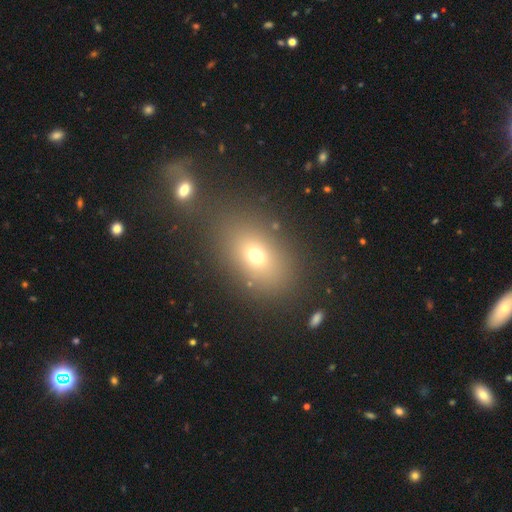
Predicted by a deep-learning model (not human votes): Smooth or featured?
  - smooth: 68% *
  - star or artifact: 17%
  - featured or disk: 15%
How rounded?
  - in between: 74% *
  - round: 24%
  - cigar-shaped: 2%
Merging?
  - none: 72% *
  - merger: 12%
  - minor disturbance: 10%
  - major disturbance: 6%